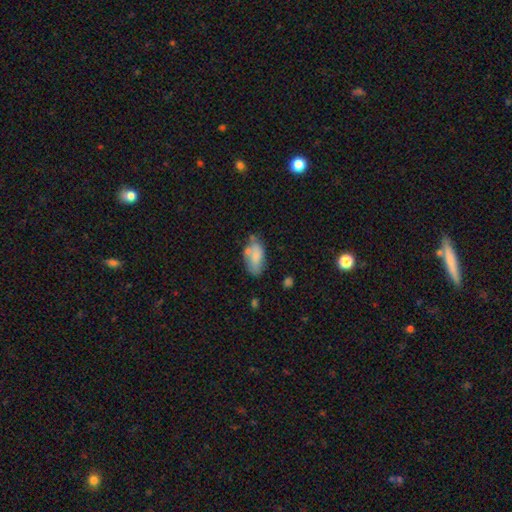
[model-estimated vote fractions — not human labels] smooth-or-featured: smooth: 75% | featured or disk: 18% | star or artifact: 8%
  how-rounded: in between: 92% | cigar-shaped: 4% | round: 4%
  merging: none: 50% | minor disturbance: 27% | merger: 14% | major disturbance: 10%